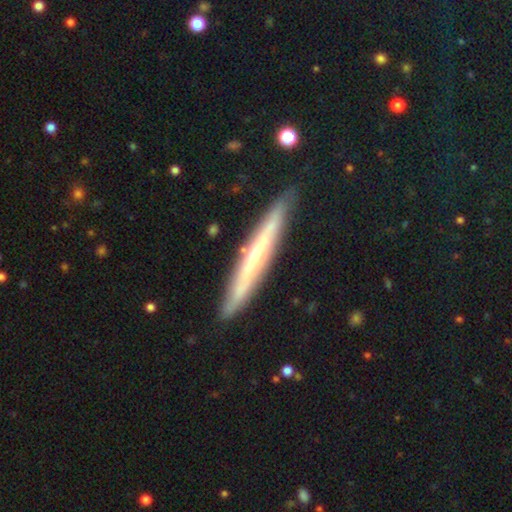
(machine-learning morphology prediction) Overall: featured or disk (60%; smooth 33%). Edge-on disk: yes (90%). Edge-on bulge: none (55%; rounded 40%). Merging: none (87%).